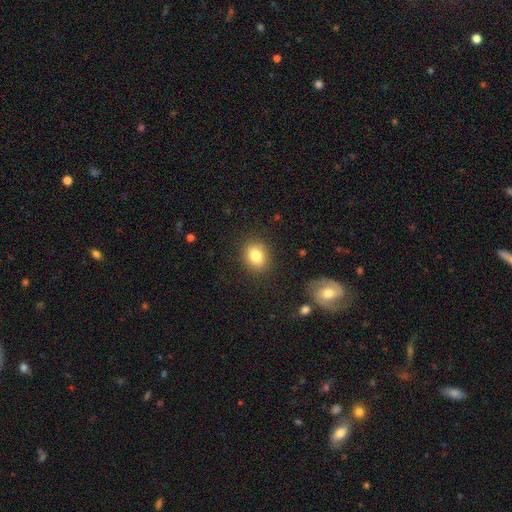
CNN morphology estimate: This is clearly a smooth galaxy (80%). How rounded: possibly round (56%). Merging: clearly none (87%).